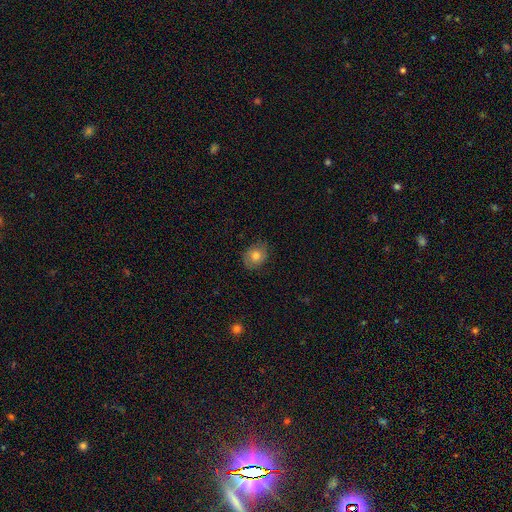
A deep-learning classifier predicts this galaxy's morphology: Overall: smooth (73%). How rounded: round (52%; in between 47%). Merging: none (80%).